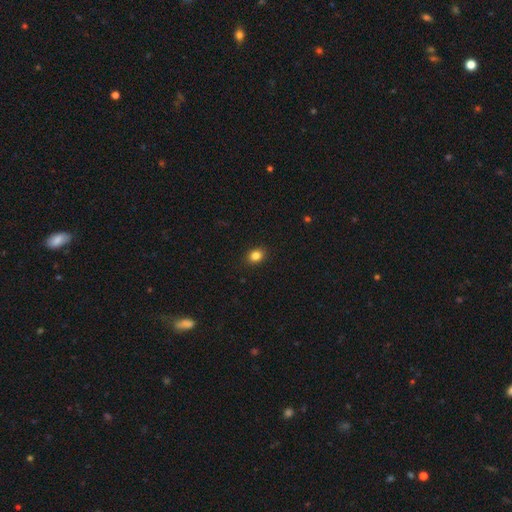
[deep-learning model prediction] smooth 84%, star or artifact 11%, featured or disk 5%. Down the decision tree: how rounded — in between (50%); merging — none (90%).